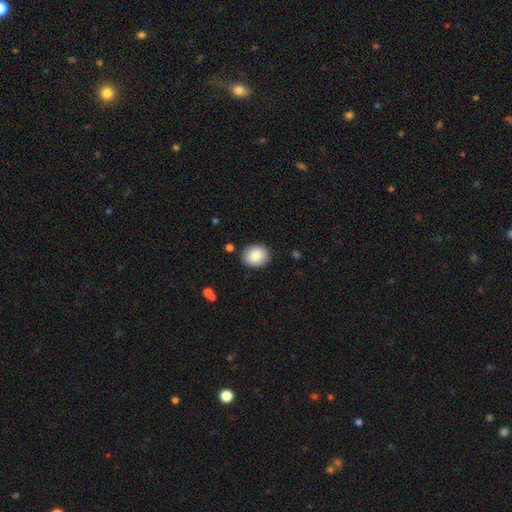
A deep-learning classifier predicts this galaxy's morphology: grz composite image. It shows a smooth galaxy with no disk features (85%) that is round (60%). Merging: none (87%).